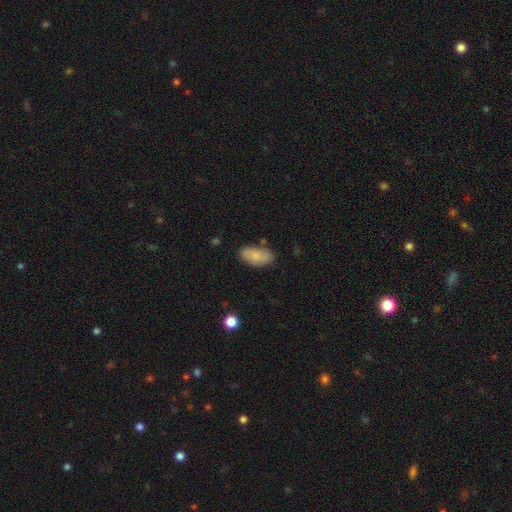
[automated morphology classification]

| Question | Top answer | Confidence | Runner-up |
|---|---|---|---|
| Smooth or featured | smooth | 80% | featured or disk (14%) |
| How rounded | in between | 92% | cigar-shaped (4%) |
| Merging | none | 77% | minor disturbance (17%) |